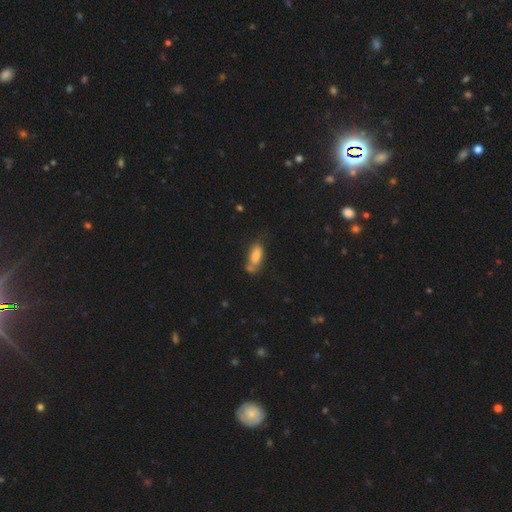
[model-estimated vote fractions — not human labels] This appears to be a smooth galaxy with no disk features (76%) that is in between round and cigar-shaped (78%). Merging: none (47%).